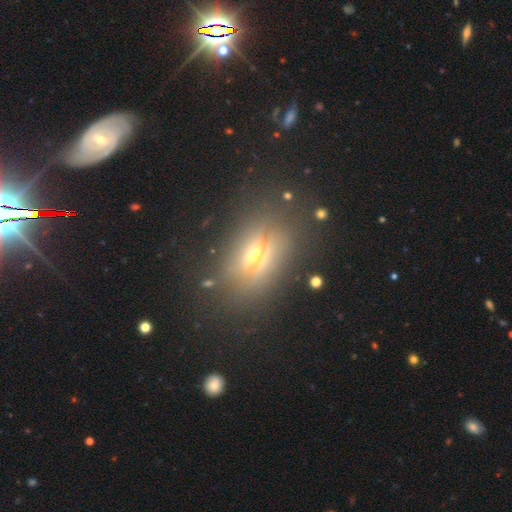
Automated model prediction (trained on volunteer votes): A featured or disk galaxy (56%) viewed edge-on (67%). Merging: none (72%).